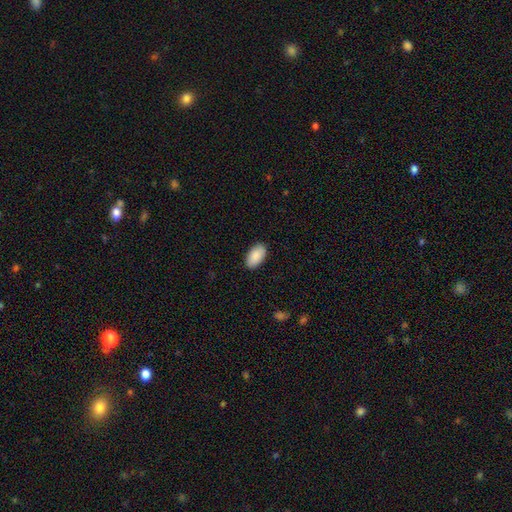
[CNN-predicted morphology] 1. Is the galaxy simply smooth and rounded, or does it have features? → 89% smooth, 6% star or artifact, 4% featured or disk.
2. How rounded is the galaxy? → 96% in between, 3% round, 2% cigar-shaped.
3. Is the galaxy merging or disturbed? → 89% none, 9% minor disturbance, 2% major disturbance, 1% merger.